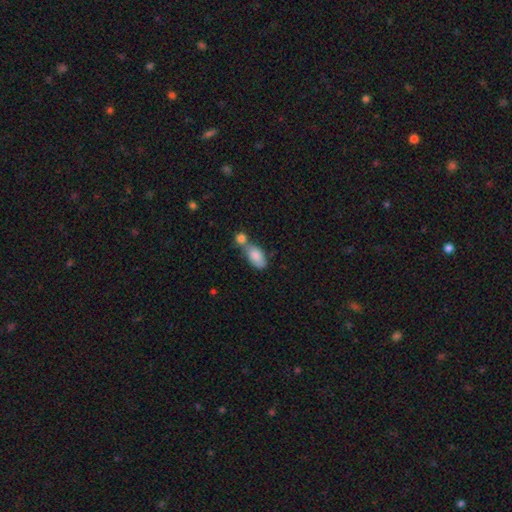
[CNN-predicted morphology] Smooth or featured? Predicted: smooth (p=0.81). How rounded? Predicted: in between (p=0.89). Merging? Predicted: merger (p=0.55).